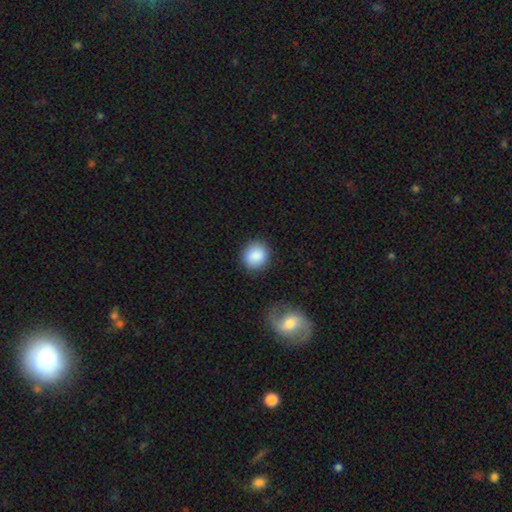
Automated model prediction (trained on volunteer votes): This appears to be a smooth galaxy with no disk features (88%) that is round (84%). Merging: none (86%).